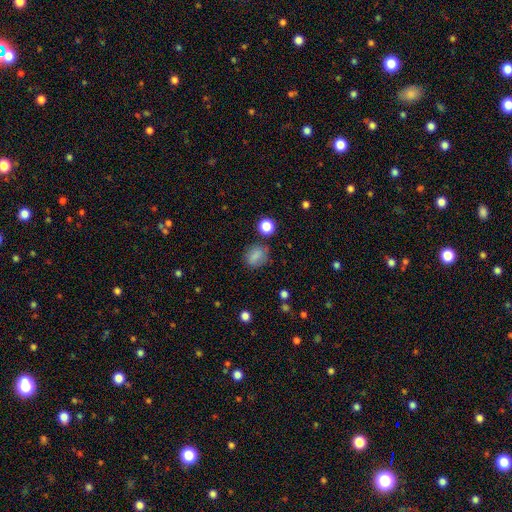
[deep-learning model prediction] Q: Smooth or featured?
A: smooth (80%); runner-up: star or artifact (11%)
Q: How rounded?
A: round (51%); runner-up: in between (47%)
Q: Merging?
A: none (73%); runner-up: minor disturbance (17%)